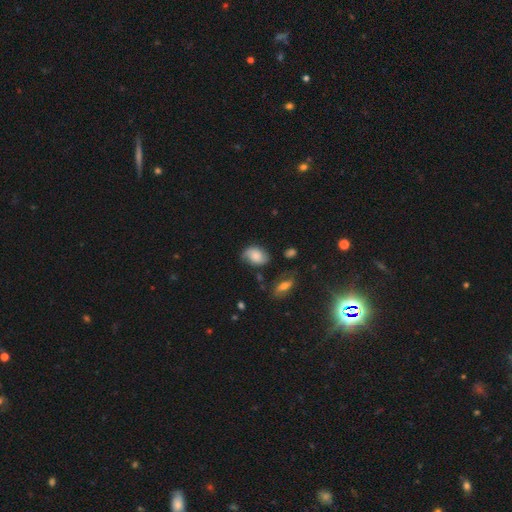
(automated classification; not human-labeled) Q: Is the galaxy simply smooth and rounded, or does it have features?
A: smooth — 61%.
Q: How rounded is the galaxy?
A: in between — 82%.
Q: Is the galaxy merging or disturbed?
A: none — 62%.